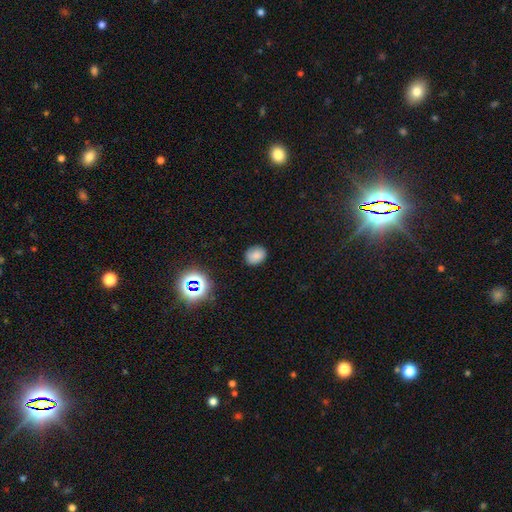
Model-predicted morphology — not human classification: smooth-or-featured: smooth: 80% | star or artifact: 14% | featured or disk: 6%
  how-rounded: round: 55% | in between: 45% | cigar-shaped: 1%
  merging: none: 85% | minor disturbance: 11% | major disturbance: 3% | merger: 1%